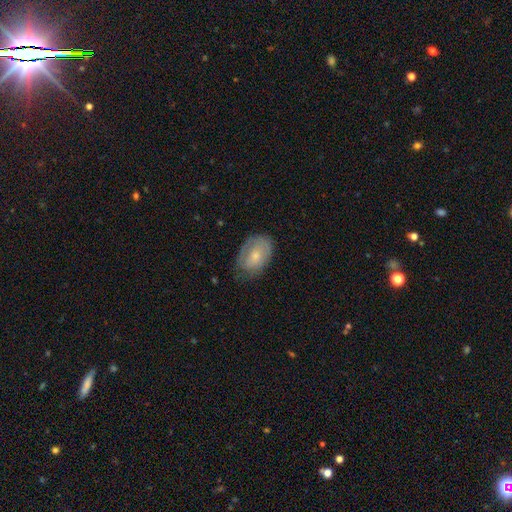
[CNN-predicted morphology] This is possibly a smooth galaxy (55%). How rounded: clearly in between (83%). Merging: likely none (61%).